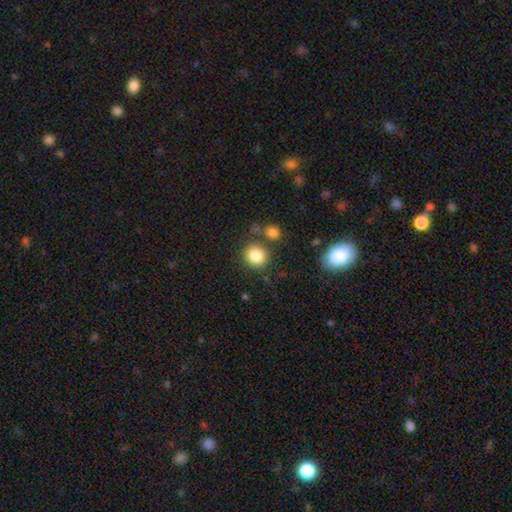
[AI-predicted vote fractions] Overall: smooth (84%). How rounded: round (87%). Merging: none (76%).